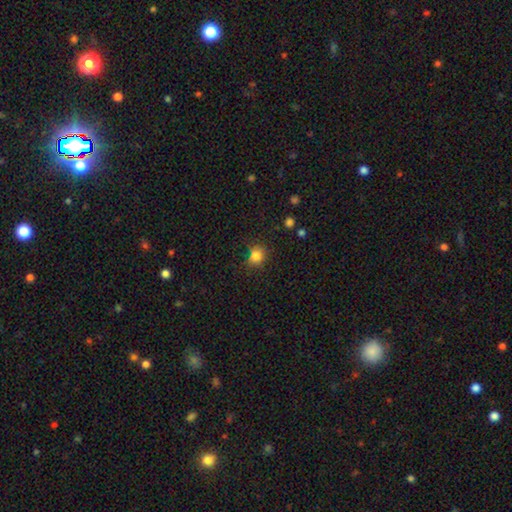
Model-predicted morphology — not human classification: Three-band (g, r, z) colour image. It shows a smooth galaxy with no disk features (82%) that is round (79%). Merging: none (75%).